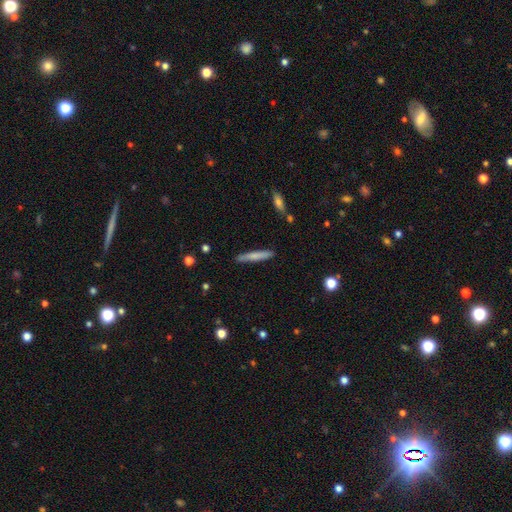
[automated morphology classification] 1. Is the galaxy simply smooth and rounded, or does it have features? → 71% smooth, 23% featured or disk, 6% star or artifact.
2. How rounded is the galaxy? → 94% cigar-shaped, 5% in between, 1% round.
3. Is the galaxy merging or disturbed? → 85% none, 11% minor disturbance, 2% merger, 2% major disturbance.